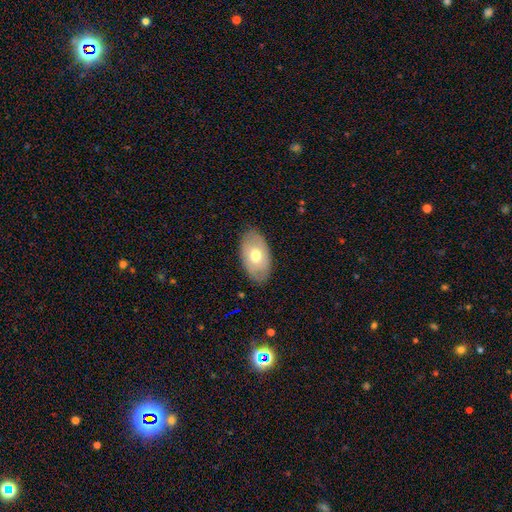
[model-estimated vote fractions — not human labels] smooth 59%, featured or disk 35%, star or artifact 6%. Down the decision tree: how rounded — in between (93%); merging — none (83%).